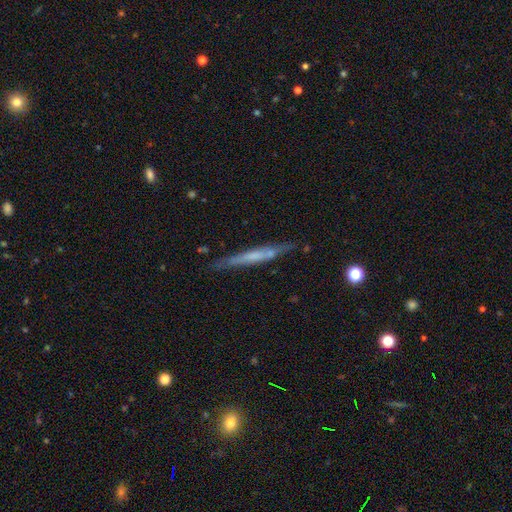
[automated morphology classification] Smooth or featured: featured or disk — 56% (smooth — 38%)
Edge-on disk: yes — 93% (no — 7%)
Edge-on bulge: none — 69% (rounded — 17%)
Merging: none — 81% (minor disturbance — 14%)